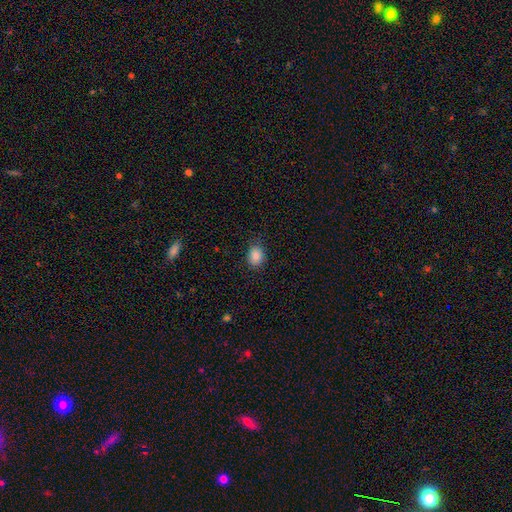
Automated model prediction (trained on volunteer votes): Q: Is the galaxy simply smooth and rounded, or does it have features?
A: smooth — 87%.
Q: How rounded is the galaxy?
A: in between — 58%.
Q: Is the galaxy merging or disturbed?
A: none — 80%.